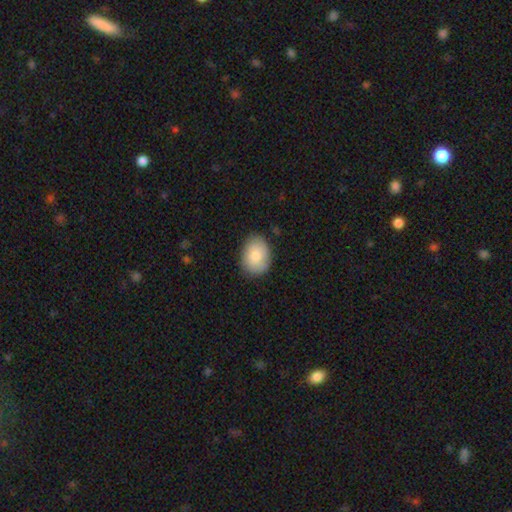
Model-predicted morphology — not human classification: type=smooth (82%); roundness=in between (71%); merging=none (81%).